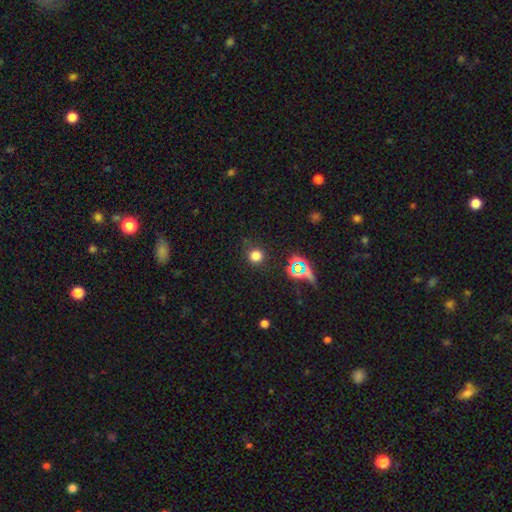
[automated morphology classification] Smooth or featured? smooth (73%)
How rounded? round (92%)
Merging? none (85%)